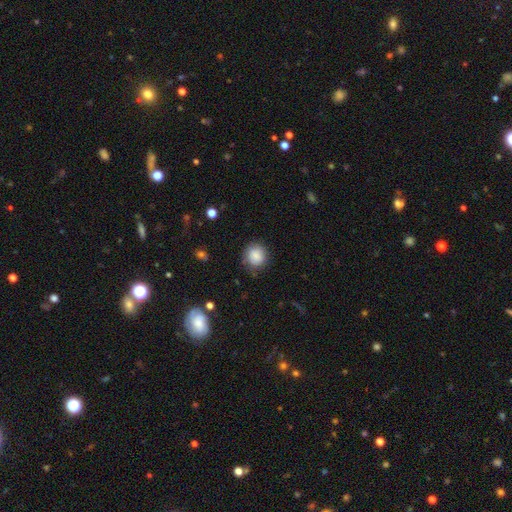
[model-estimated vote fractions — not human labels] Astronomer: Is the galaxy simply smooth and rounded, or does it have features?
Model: smooth — 87%.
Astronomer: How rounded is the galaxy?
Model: round — 85%.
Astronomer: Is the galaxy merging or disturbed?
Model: none — 81%.